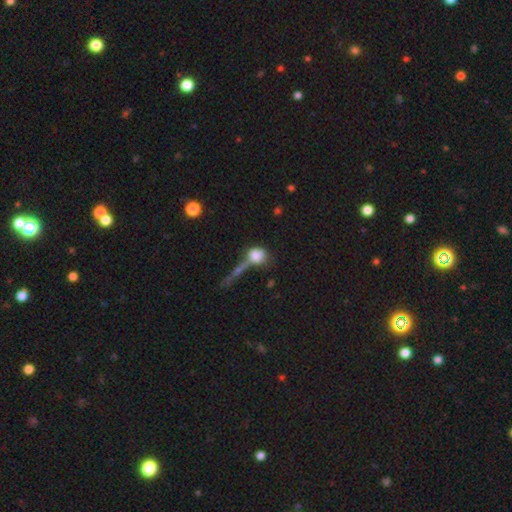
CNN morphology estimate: A smooth galaxy with no disk features (72%) that is round (66%).

Vote fractions:
- Smooth or featured? smooth: 72% / featured or disk: 17% / star or artifact: 11%
- How rounded? round: 66% / in between: 28% / cigar-shaped: 6%
- Merging? none: 34% / merger: 31% / major disturbance: 20% / minor disturbance: 15%